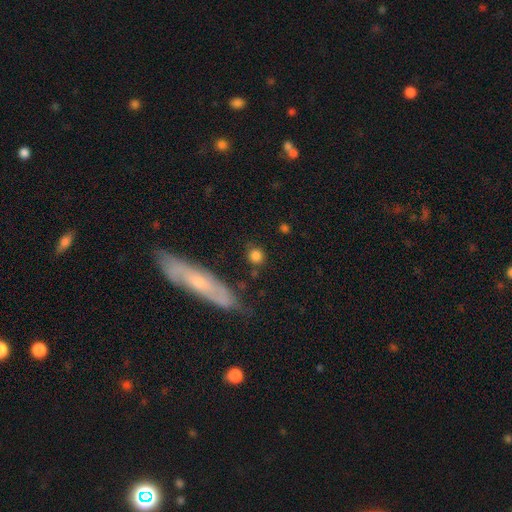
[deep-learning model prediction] smooth 82%, star or artifact 10%, featured or disk 8%. Down the decision tree: how rounded — round (87%); merging — none (81%).